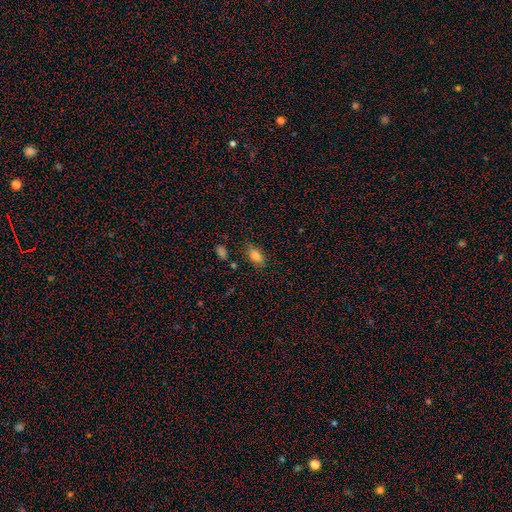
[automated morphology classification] Smooth or featured? Predicted: smooth (p=0.82). How rounded? Predicted: in between (p=0.87). Merging? Predicted: none (p=0.78).